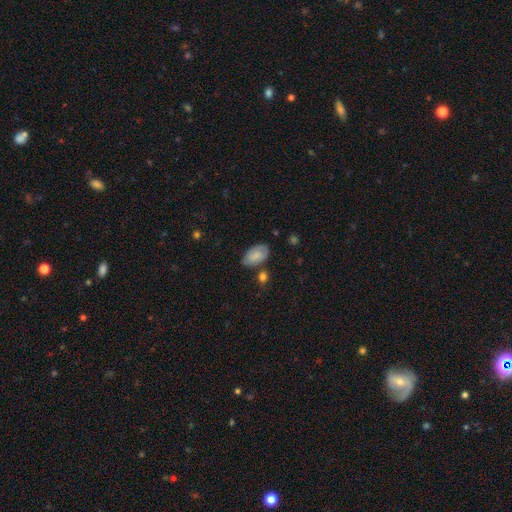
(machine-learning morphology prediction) Smooth or featured: smooth — 74% (featured or disk — 19%)
How rounded: in between — 94% (round — 5%)
Merging: none — 70% (minor disturbance — 20%)